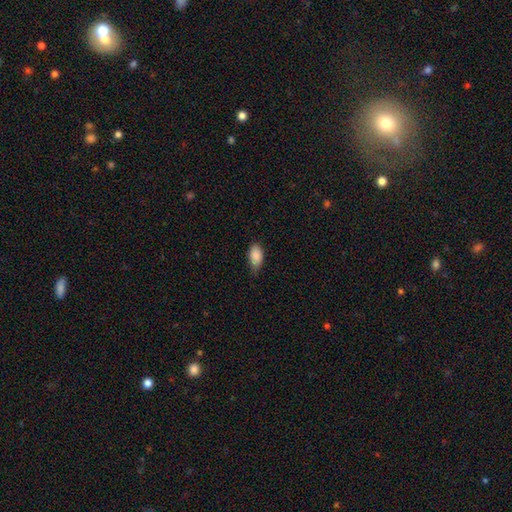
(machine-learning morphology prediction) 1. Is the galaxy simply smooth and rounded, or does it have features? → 88% smooth, 7% star or artifact, 5% featured or disk.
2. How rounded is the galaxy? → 92% in between, 4% round, 3% cigar-shaped.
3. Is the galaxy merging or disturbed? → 58% none, 36% minor disturbance, 5% major disturbance, 1% merger.